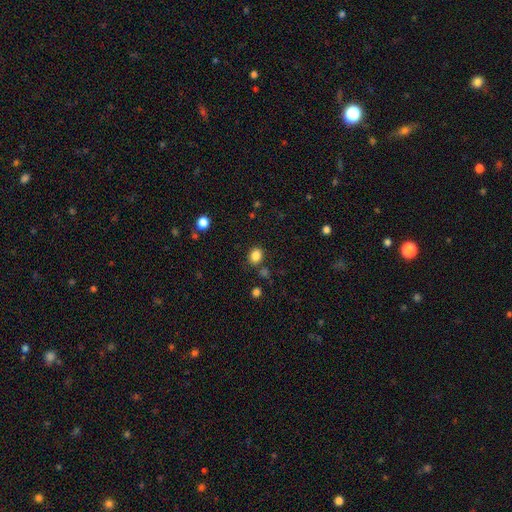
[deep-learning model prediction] Morphology: type=smooth (85%); roundness=round (58%); merging=none (81%).